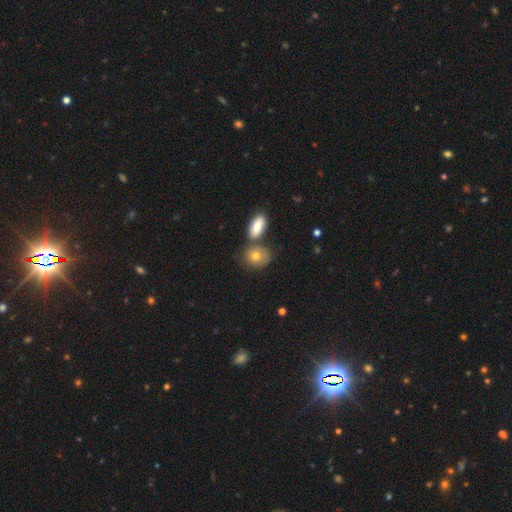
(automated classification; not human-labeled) smooth 75%, featured or disk 17%, star or artifact 8%. Down the decision tree: how rounded — in between (52%); merging — none (51%).